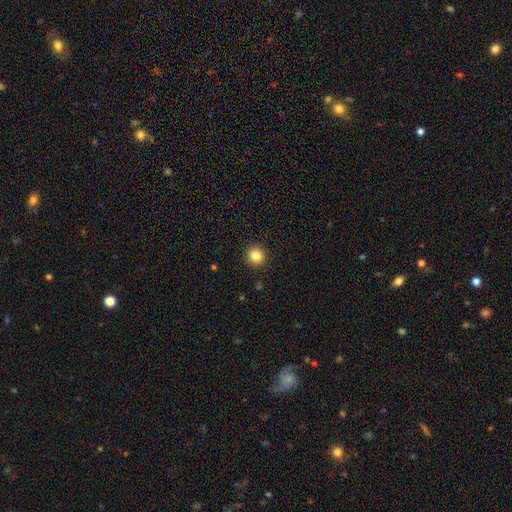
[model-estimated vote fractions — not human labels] Morphology: type=smooth (84%); roundness=round (94%); merging=none (92%).